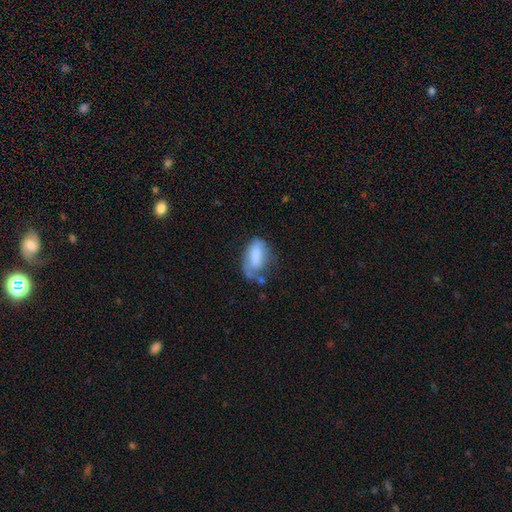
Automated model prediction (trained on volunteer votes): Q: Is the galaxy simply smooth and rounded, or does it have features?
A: smooth — 70%.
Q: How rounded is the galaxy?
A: in between — 87%.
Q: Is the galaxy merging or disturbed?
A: none — 36%.